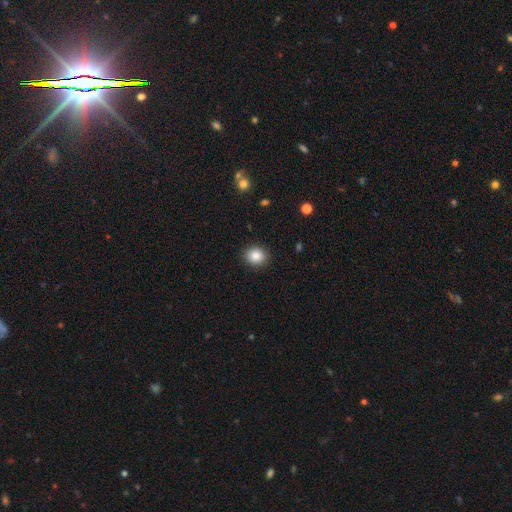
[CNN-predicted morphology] smooth_or_featured: smooth (p=0.84) [alt: star or artifact p=0.09]
how_rounded: round (p=0.68) [alt: in between p=0.31]
merging: none (p=0.90) [alt: minor disturbance p=0.07]